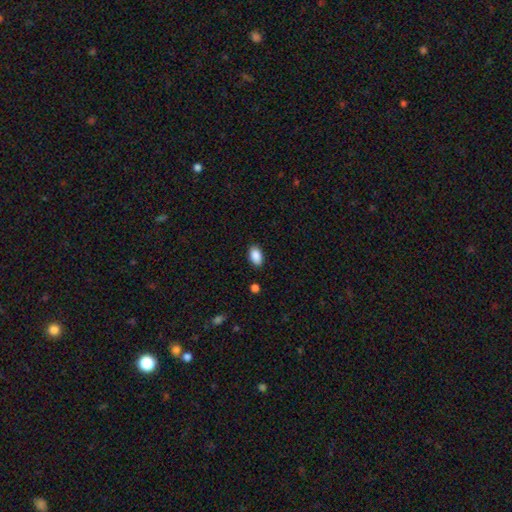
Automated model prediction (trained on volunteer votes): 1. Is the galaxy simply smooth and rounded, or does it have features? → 89% smooth, 7% star or artifact, 3% featured or disk.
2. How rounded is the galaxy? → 92% in between, 7% round, 2% cigar-shaped.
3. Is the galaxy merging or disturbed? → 85% none, 11% minor disturbance, 2% major disturbance, 2% merger.